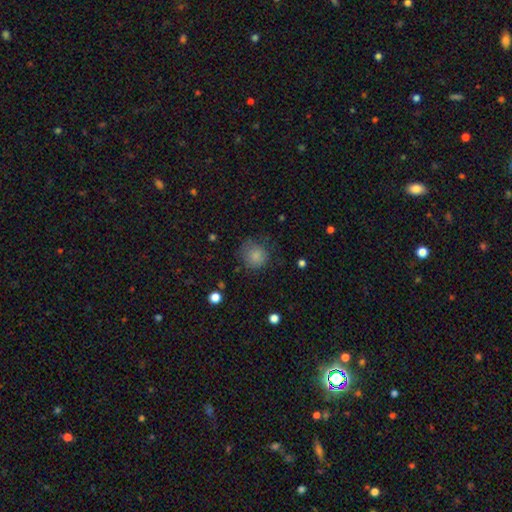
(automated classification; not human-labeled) Smooth or featured: smooth — 83% (star or artifact — 10%)
How rounded: round — 88% (in between — 11%)
Merging: none — 70% (minor disturbance — 20%)